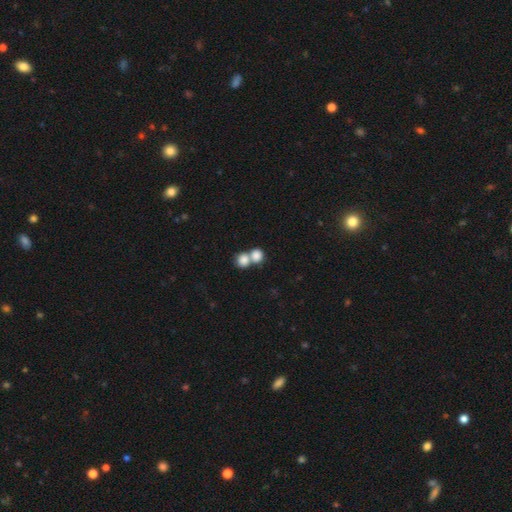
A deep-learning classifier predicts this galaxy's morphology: Q: Smooth or featured?
A: smooth (83%); runner-up: featured or disk (8%)
Q: How rounded?
A: round (73%); runner-up: in between (25%)
Q: Merging?
A: merger (61%); runner-up: none (30%)